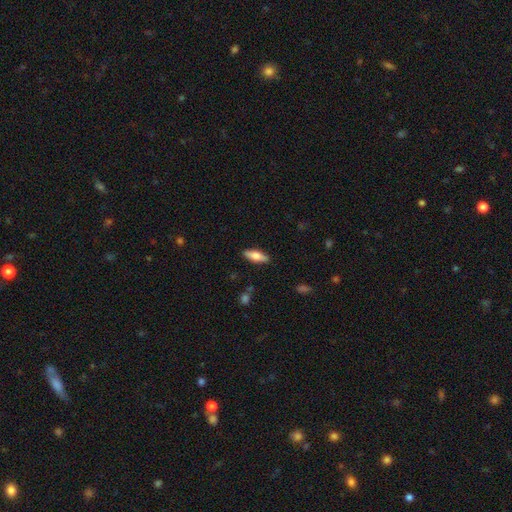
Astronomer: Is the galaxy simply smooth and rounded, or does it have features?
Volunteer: smooth — 64%.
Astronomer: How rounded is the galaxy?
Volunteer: in between — 80%.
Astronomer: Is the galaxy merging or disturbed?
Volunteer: none — 95%.